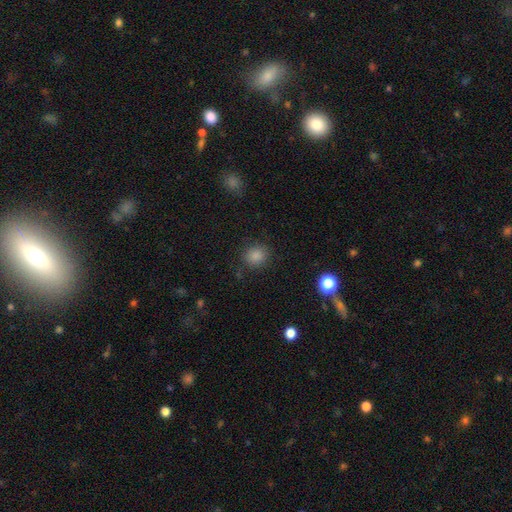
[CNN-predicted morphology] smooth-or-featured: smooth: 84% | star or artifact: 12% | featured or disk: 4%
  how-rounded: round: 80% | in between: 19% | cigar-shaped: 1%
  merging: none: 84% | minor disturbance: 10% | major disturbance: 4% | merger: 2%